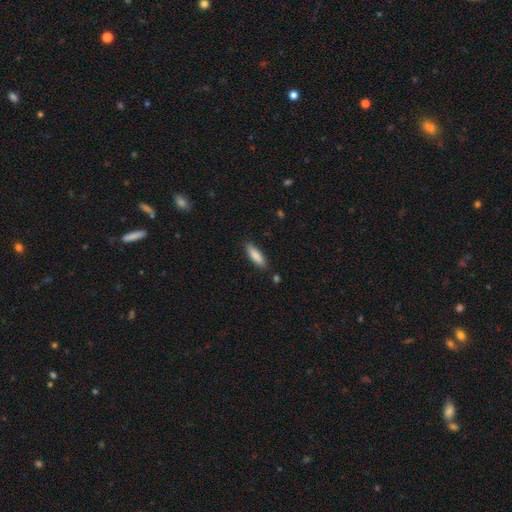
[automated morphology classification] Smooth or featured? smooth (85%)
How rounded? cigar-shaped (61%)
Merging? none (86%)